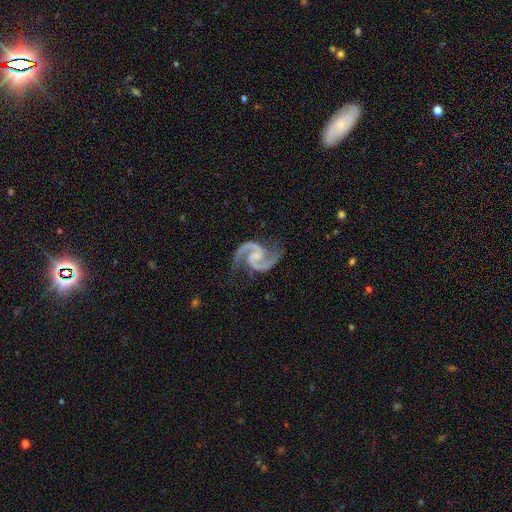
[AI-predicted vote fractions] Q: Smooth or featured?
A: featured or disk (94%); runner-up: star or artifact (4%)
Q: Edge-on disk?
A: no (98%); runner-up: yes (2%)
Q: Bar?
A: no (51%); runner-up: weak (38%)
Q: Spiral arms?
A: yes (99%); runner-up: no (1%)
Q: Spiral winding?
A: medium (68%); runner-up: tight (17%)
Q: Spiral arm count?
A: 2 (95%); runner-up: 3 (1%)
Q: Bulge size?
A: small (50%); runner-up: none (25%)
Q: Merging?
A: none (77%); runner-up: minor disturbance (15%)